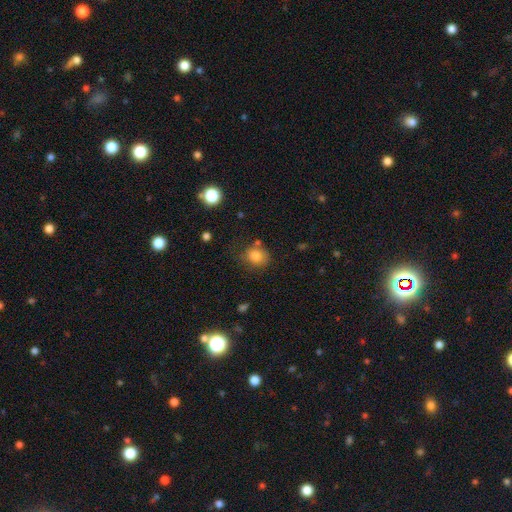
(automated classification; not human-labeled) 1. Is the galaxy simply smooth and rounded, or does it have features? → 82% smooth, 11% star or artifact, 7% featured or disk.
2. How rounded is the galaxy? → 70% round, 29% in between, 1% cigar-shaped.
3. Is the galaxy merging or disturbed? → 68% none, 19% minor disturbance, 7% merger, 7% major disturbance.